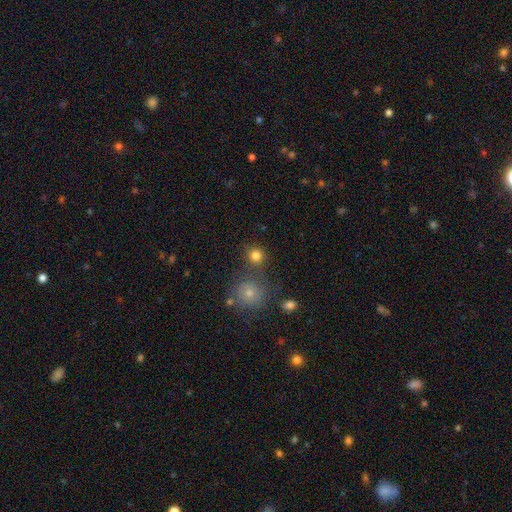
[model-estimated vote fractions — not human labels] Smooth or featured?
  - smooth: 80% *
  - star or artifact: 13%
  - featured or disk: 7%
How rounded?
  - round: 91% *
  - in between: 8%
  - cigar-shaped: 1%
Merging?
  - none: 71% *
  - merger: 16%
  - minor disturbance: 9%
  - major disturbance: 4%